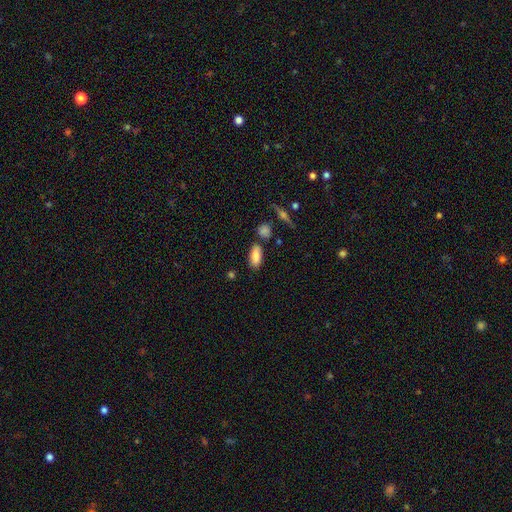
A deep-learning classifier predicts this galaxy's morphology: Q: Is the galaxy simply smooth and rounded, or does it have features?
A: smooth — 85%.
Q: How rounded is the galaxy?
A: in between — 86%.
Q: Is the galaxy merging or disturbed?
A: none — 77%.